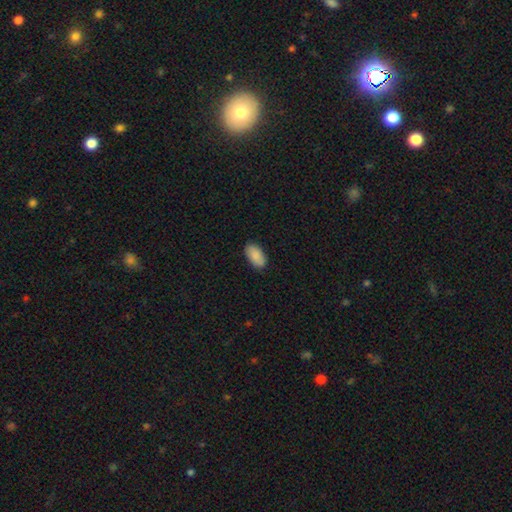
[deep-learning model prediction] smooth 90%, star or artifact 6%, featured or disk 4%. Down the decision tree: how rounded — in between (95%); merging — none (88%).